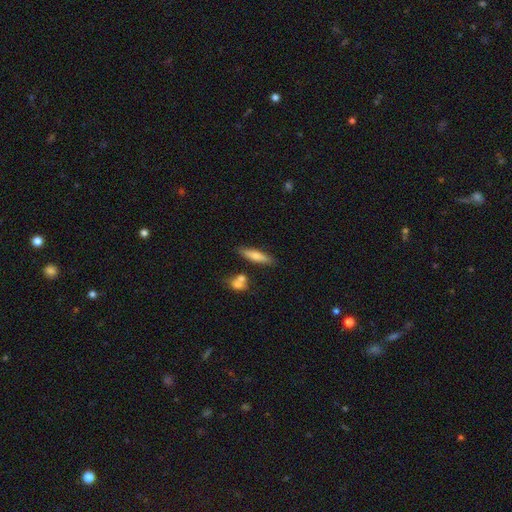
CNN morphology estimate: Overall: smooth (63%; featured or disk 30%). How rounded: cigar-shaped (76%). Merging: none (76%).